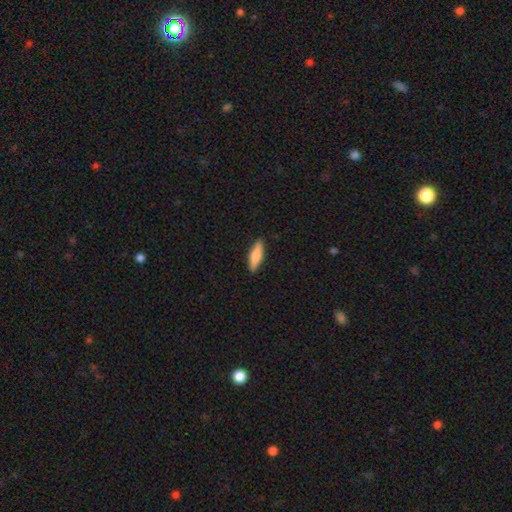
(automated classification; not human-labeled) smooth_or_featured: smooth (p=0.78) [alt: featured or disk p=0.16]
how_rounded: cigar-shaped (p=0.61) [alt: in between p=0.38]
merging: none (p=0.89) [alt: minor disturbance p=0.08]